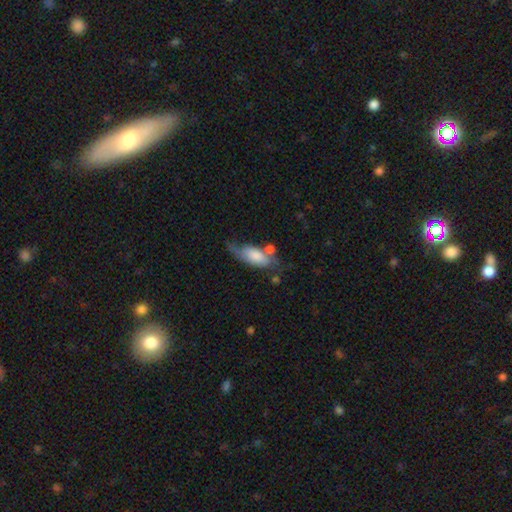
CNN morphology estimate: smooth_or_featured: smooth (p=0.60) [alt: featured or disk p=0.33]
how_rounded: in between (p=0.82) [alt: cigar-shaped p=0.15]
merging: none (p=0.37) [alt: minor disturbance p=0.28]